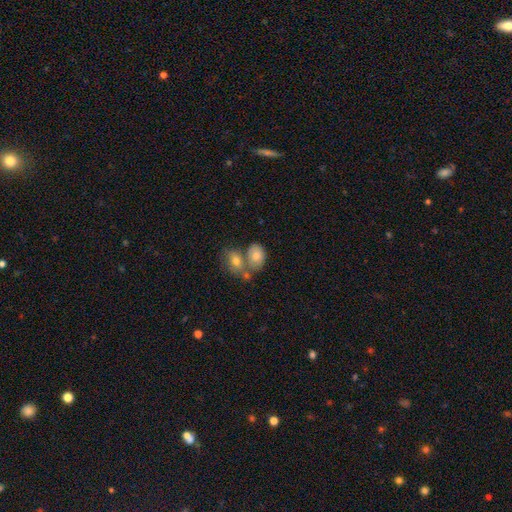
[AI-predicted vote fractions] smooth-or-featured: smooth: 74% | featured or disk: 17% | star or artifact: 9%
  how-rounded: in between: 68% | round: 30% | cigar-shaped: 2%
  merging: merger: 51% | none: 34% | minor disturbance: 11% | major disturbance: 4%